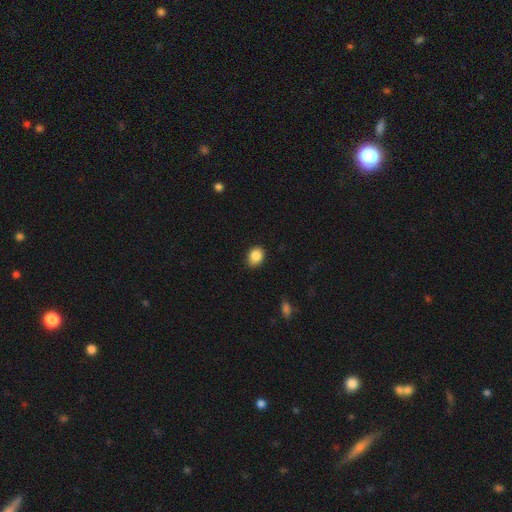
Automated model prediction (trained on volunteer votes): This appears to be a smooth galaxy with no disk features (87%) that is in between round and cigar-shaped (59%). Merging: none (86%).